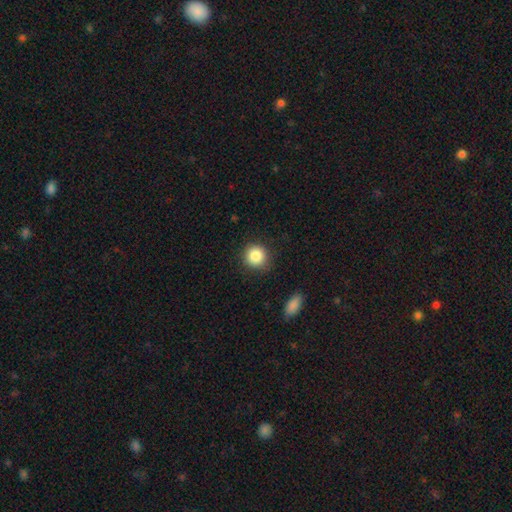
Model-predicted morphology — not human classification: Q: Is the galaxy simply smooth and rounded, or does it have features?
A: smooth — 86%.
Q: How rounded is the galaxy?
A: round — 92%.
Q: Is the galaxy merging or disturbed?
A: none — 88%.